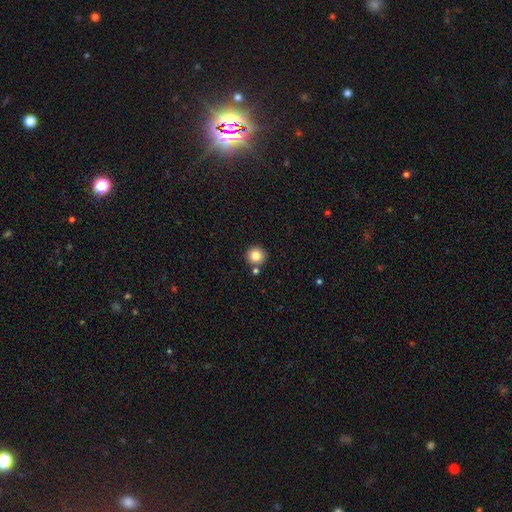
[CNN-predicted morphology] This appears to be a smooth galaxy with no disk features (83%) that is round (94%). Merging: none (83%).